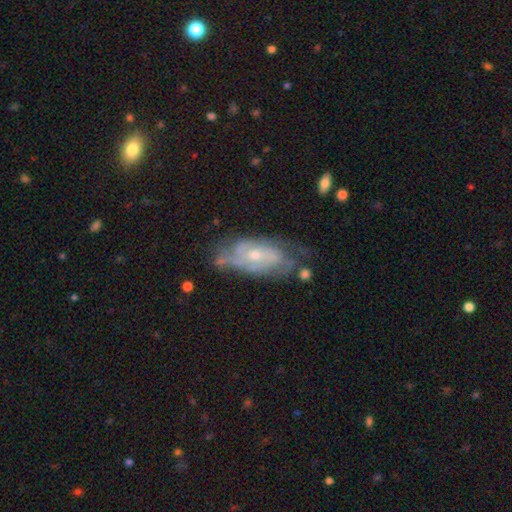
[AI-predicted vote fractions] The model was most divided on "bulge size": small: 52%, moderate: 43%, large: 2%, none: 2%, dominant: 1%. Remaining: edge-on disk — no (91%); spiral arms — yes (81%); smooth or featured — featured or disk (75%); bar — no (68%); spiral winding — tight (52%); merging — none (50%); spiral arm count — can't tell (48%).